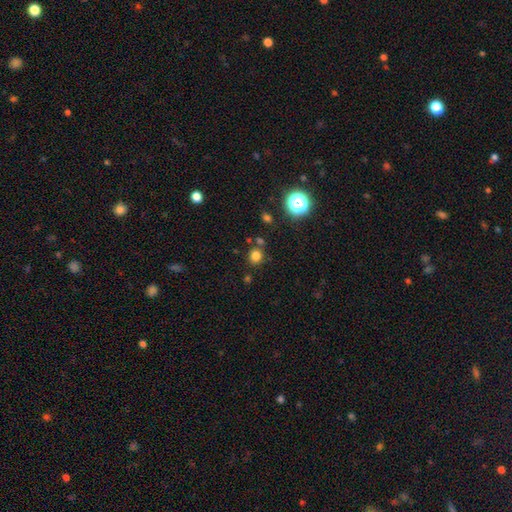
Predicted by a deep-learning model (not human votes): Smooth or featured? smooth (78%)
How rounded? round (86%)
Merging? none (79%)